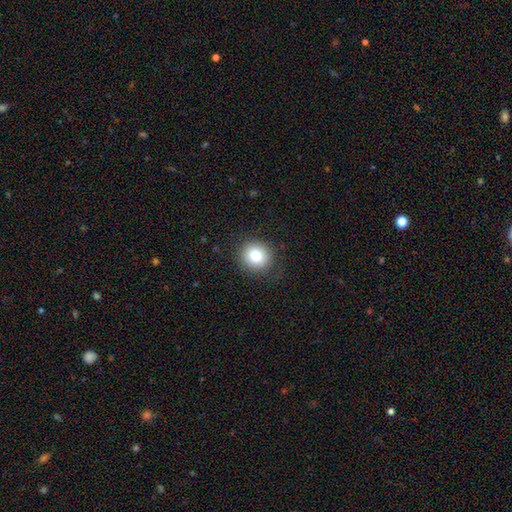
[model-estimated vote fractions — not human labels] smooth 80%, star or artifact 11%, featured or disk 9%. Down the decision tree: how rounded — round (90%); merging — none (88%).